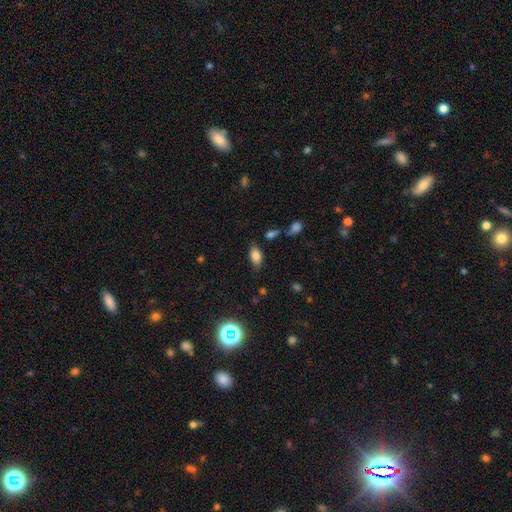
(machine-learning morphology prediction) Overall: smooth (81%). How rounded: in between (91%). Merging: none (73%).